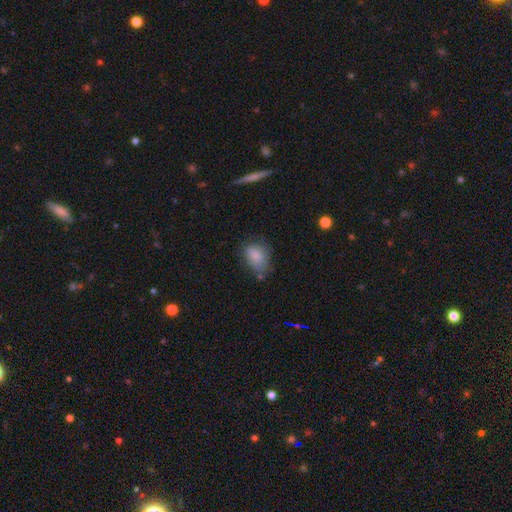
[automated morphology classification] Smooth or featured? Predicted: smooth (p=0.83). How rounded? Predicted: in between (p=0.73). Merging? Predicted: none (p=0.57).